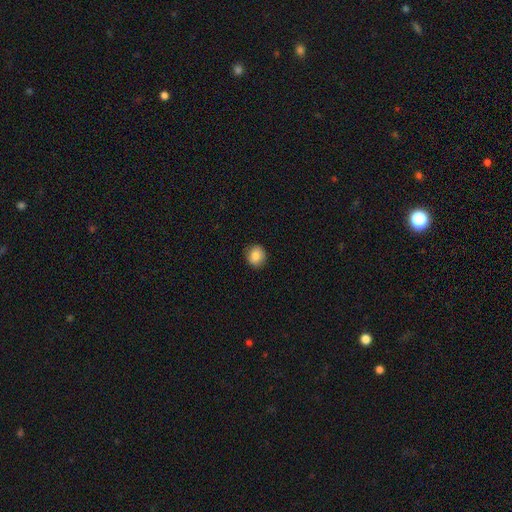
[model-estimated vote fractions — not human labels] smooth_or_featured: smooth (p=0.85) [alt: star or artifact p=0.09]
how_rounded: round (p=0.80) [alt: in between p=0.19]
merging: none (p=0.87) [alt: minor disturbance p=0.09]